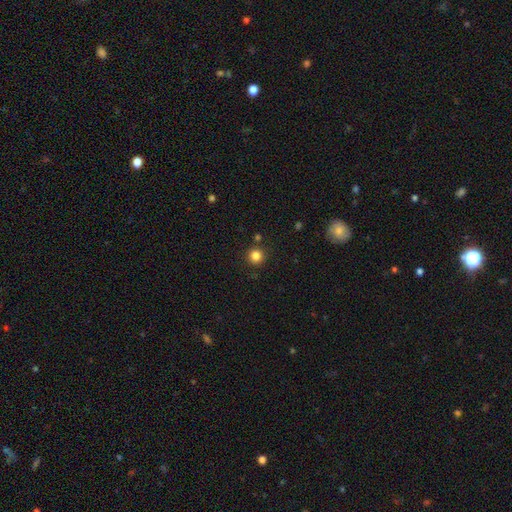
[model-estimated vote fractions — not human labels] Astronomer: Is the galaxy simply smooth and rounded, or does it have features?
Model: smooth — 83%.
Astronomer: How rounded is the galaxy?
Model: round — 95%.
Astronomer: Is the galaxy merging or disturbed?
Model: none — 89%.